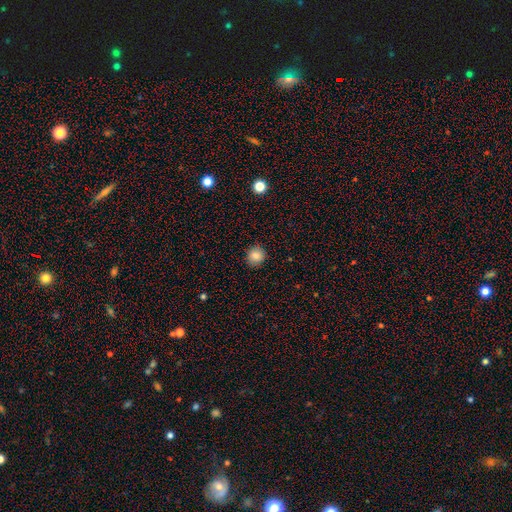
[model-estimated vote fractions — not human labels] Morphology: type=smooth (86%); roundness=round (86%); merging=none (89%).